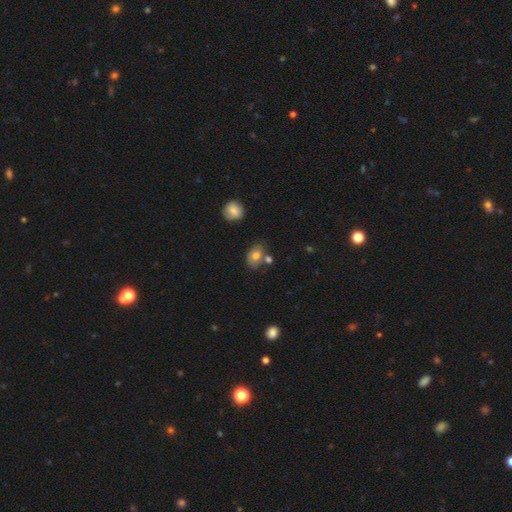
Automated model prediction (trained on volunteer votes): A smooth galaxy with no disk features (75%) that is in between round and cigar-shaped (74%). Merging: none (60%).